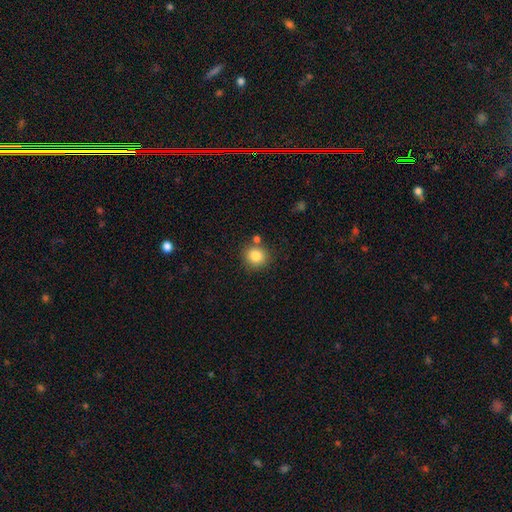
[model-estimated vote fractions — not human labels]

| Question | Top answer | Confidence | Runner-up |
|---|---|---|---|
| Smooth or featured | smooth | 83% | star or artifact (10%) |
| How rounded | round | 90% | in between (9%) |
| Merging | none | 78% | merger (10%) |